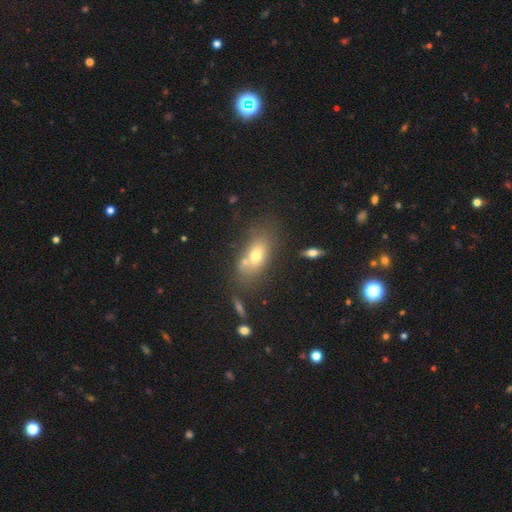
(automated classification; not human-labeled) This is likely a smooth galaxy (65%). How rounded: likely in between (79%). Merging: possibly none (55%).